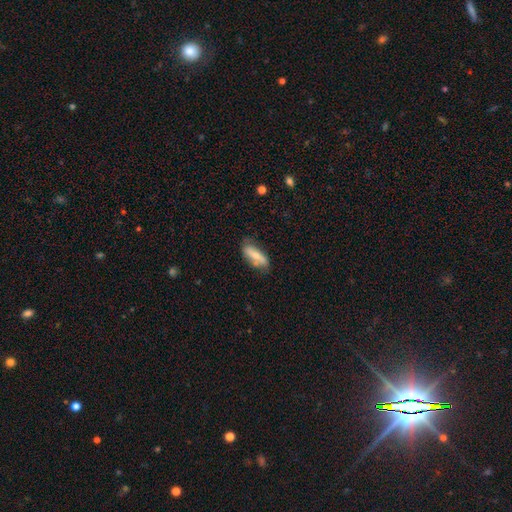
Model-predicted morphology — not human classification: Smooth or featured: smooth — 63% (featured or disk — 30%)
How rounded: in between — 64% (cigar-shaped — 34%)
Merging: none — 66% (minor disturbance — 24%)